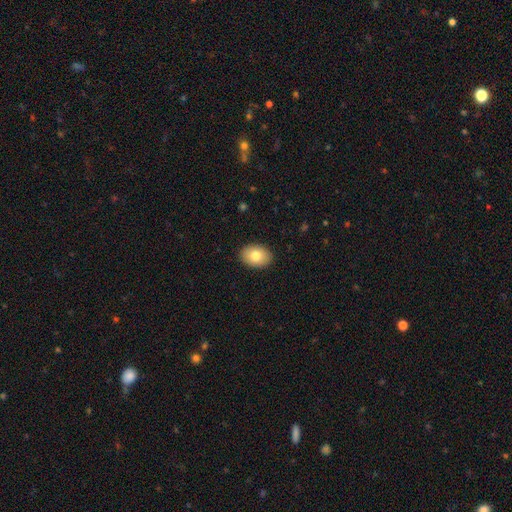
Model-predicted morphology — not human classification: Smooth or featured: smooth — 79% (featured or disk — 13%)
How rounded: in between — 78% (round — 21%)
Merging: none — 90% (minor disturbance — 7%)